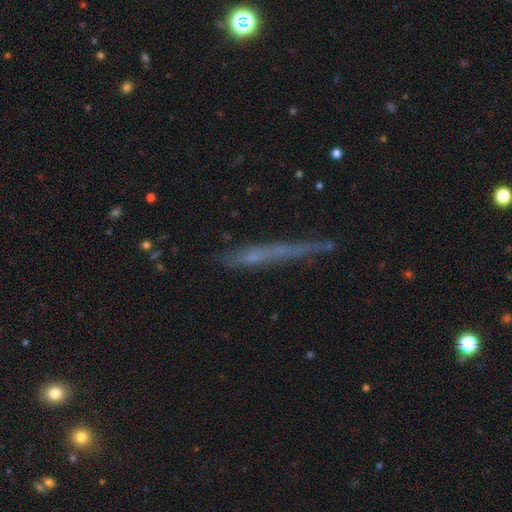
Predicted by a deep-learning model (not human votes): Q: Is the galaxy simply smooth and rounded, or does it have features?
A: smooth — 47%.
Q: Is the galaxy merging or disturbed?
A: none — 68%.